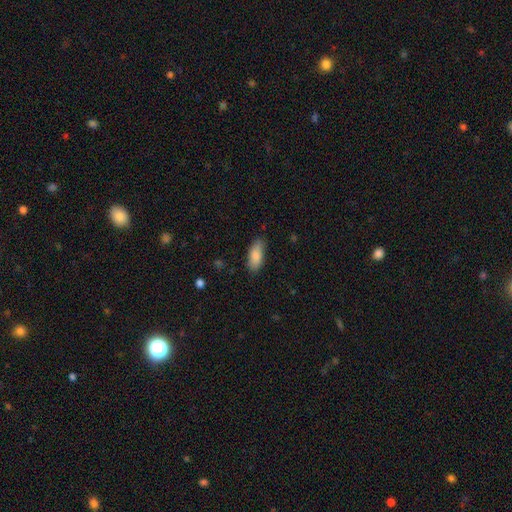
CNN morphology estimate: Overall: smooth (86%). How rounded: in between (79%). Merging: none (81%).